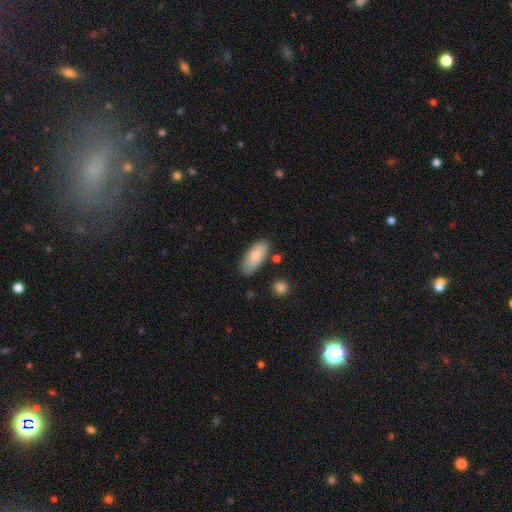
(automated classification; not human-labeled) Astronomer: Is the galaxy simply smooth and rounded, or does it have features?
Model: smooth — 85%.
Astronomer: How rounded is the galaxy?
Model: in between — 85%.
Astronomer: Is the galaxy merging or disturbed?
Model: none — 78%.